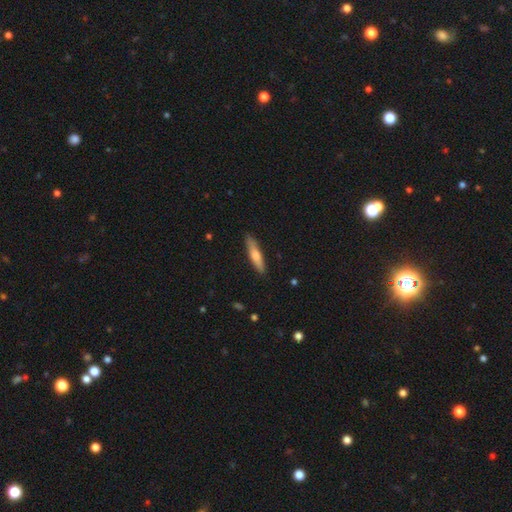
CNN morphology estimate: The model was most divided on "smooth or featured": smooth: 69%, featured or disk: 26%, star or artifact: 5%. More confident: merging — none (86%); how rounded — cigar-shaped (83%).